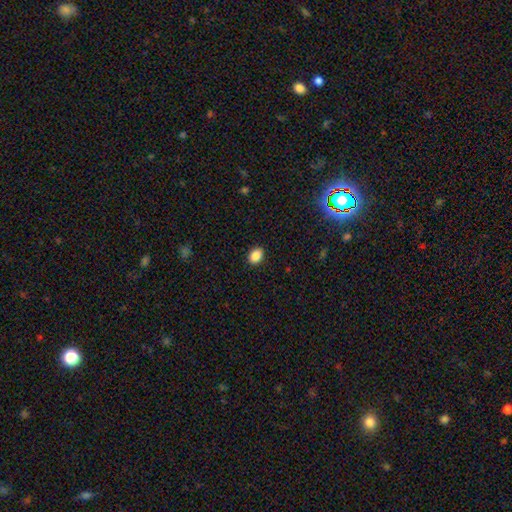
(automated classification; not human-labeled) Overall: smooth (87%). How rounded: in between (70%). Merging: none (90%).